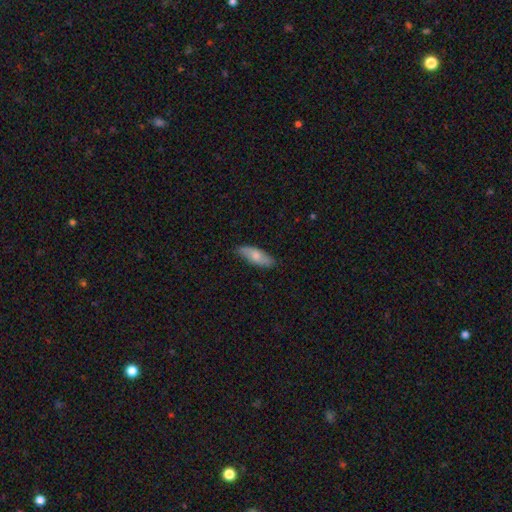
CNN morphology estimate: type=smooth (71%); roundness=in between (71%); merging=none (79%).